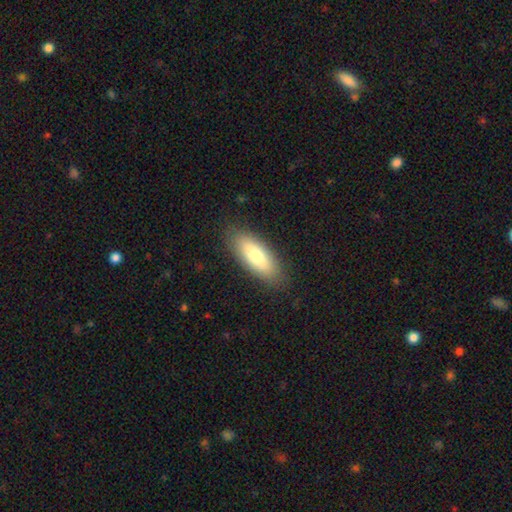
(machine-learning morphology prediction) Smooth or featured? smooth (77%)
How rounded? in between (70%)
Merging? none (87%)